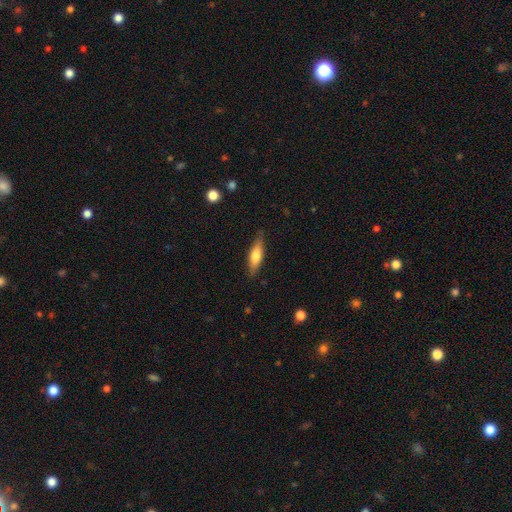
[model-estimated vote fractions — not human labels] smooth-or-featured: smooth: 60% | featured or disk: 34% | star or artifact: 6%
  how-rounded: cigar-shaped: 60% | in between: 38% | round: 2%
  merging: none: 84% | minor disturbance: 13% | major disturbance: 3% | merger: 1%